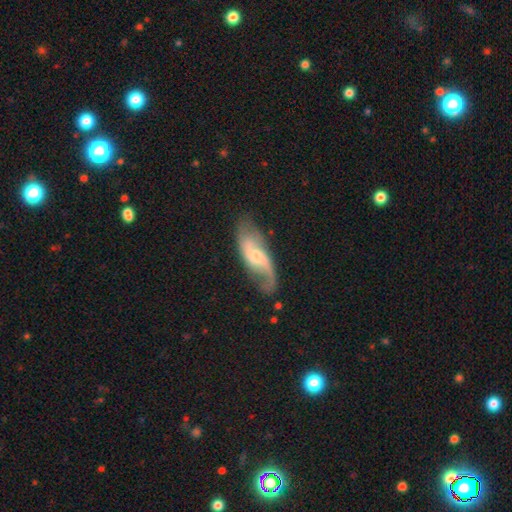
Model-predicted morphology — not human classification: Smooth or featured: featured or disk — 77% (smooth — 17%)
Edge-on disk: no — 91% (yes — 9%)
Bar: no — 49% (weak — 41%)
Spiral arms: yes — 93% (no — 7%)
Spiral winding: loose — 56% (medium — 33%)
Spiral arm count: 2 — 76% (1 — 12%)
Bulge size: small — 47% (moderate — 45%)
Merging: none — 63% (minor disturbance — 21%)